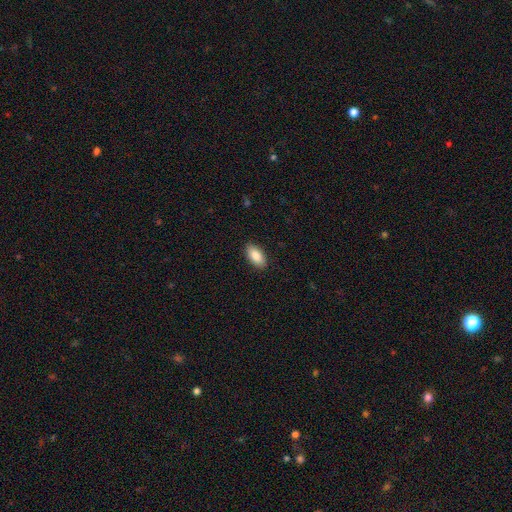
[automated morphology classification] The model was most divided on "merging": none: 89%, minor disturbance: 8%, major disturbance: 2%, merger: 1%. More confident: how rounded — in between (93%); smooth or featured — smooth (89%).